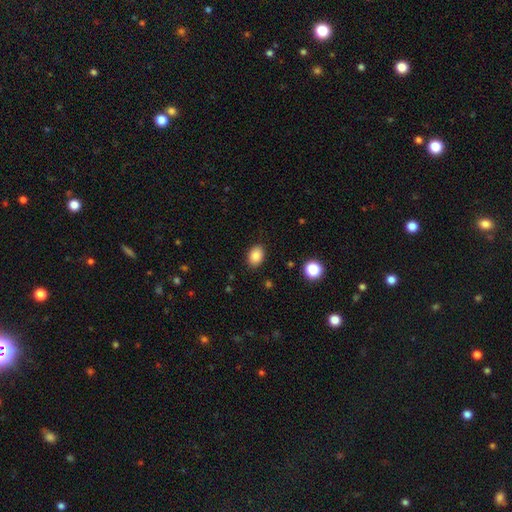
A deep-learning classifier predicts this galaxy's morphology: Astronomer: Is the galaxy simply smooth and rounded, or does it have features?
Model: smooth — 87%.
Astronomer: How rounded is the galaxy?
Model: in between — 75%.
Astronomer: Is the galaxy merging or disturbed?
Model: none — 88%.